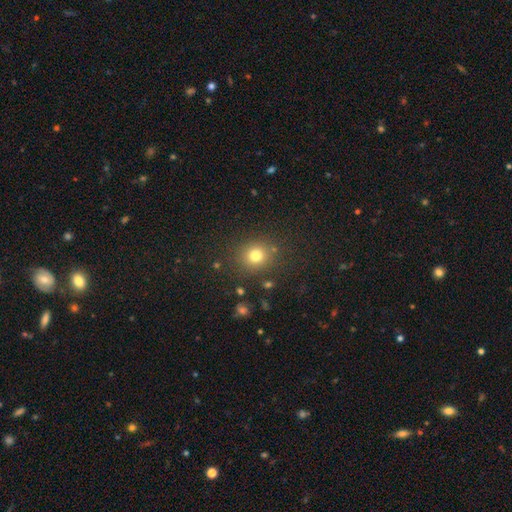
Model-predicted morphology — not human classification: Smooth or featured: smooth — 78% (star or artifact — 15%)
How rounded: round — 82% (in between — 17%)
Merging: none — 84% (minor disturbance — 9%)